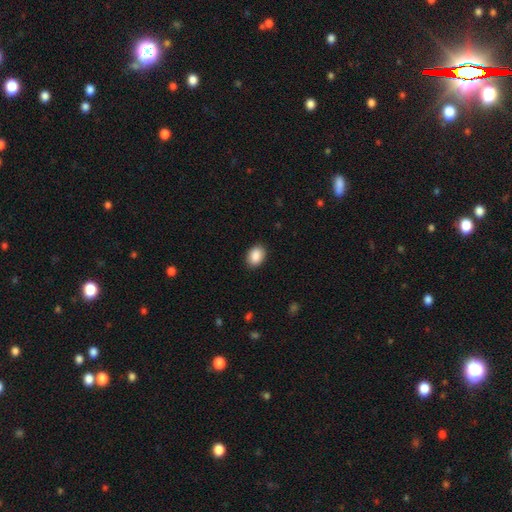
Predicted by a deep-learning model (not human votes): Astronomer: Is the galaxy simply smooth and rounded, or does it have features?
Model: smooth — 89%.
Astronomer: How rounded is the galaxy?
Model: in between — 79%.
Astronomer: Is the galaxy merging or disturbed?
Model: none — 88%.